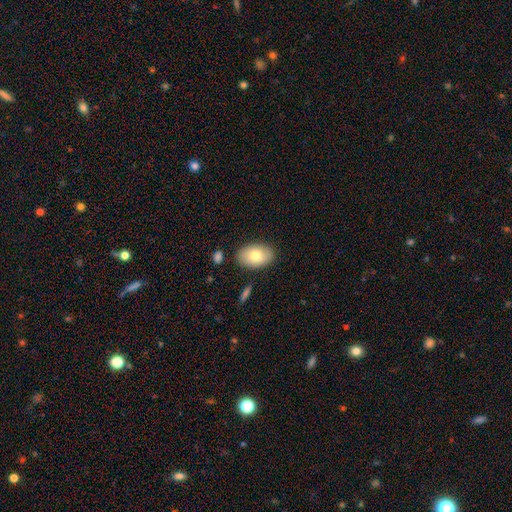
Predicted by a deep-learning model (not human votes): Smooth or featured? smooth (77%)
How rounded? in between (91%)
Merging? none (84%)